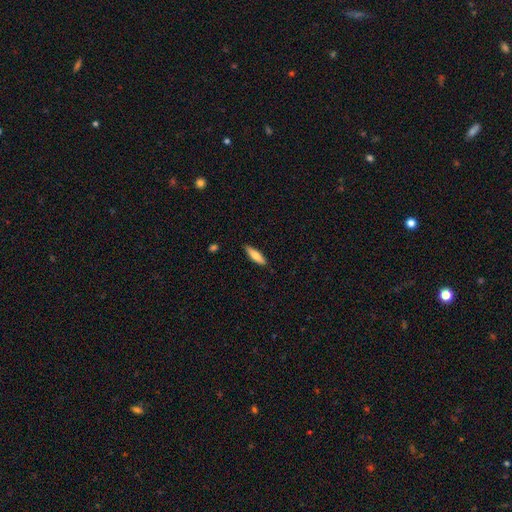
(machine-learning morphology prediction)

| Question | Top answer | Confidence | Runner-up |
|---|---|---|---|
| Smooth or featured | smooth | 73% | featured or disk (21%) |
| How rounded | cigar-shaped | 62% | in between (36%) |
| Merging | none | 87% | minor disturbance (10%) |